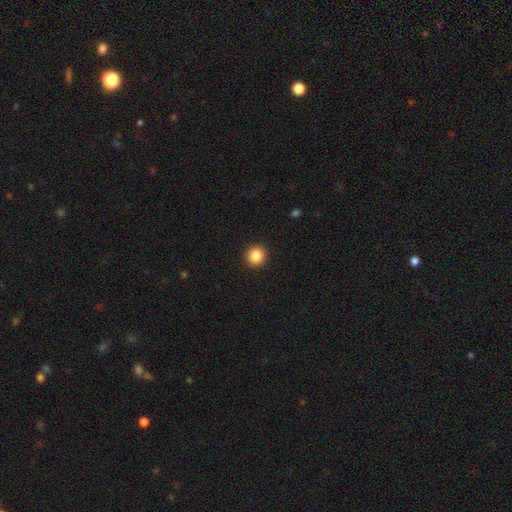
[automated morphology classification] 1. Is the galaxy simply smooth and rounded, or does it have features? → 86% smooth, 10% star or artifact, 4% featured or disk.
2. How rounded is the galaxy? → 94% round, 5% in between, 1% cigar-shaped.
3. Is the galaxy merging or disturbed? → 93% none, 4% minor disturbance, 2% major disturbance, 1% merger.